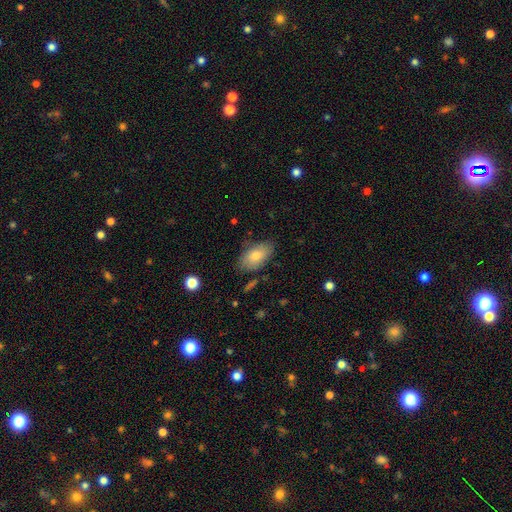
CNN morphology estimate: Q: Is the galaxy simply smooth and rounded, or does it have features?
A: smooth — 80%.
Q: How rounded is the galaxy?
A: in between — 93%.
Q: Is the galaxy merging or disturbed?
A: none — 75%.